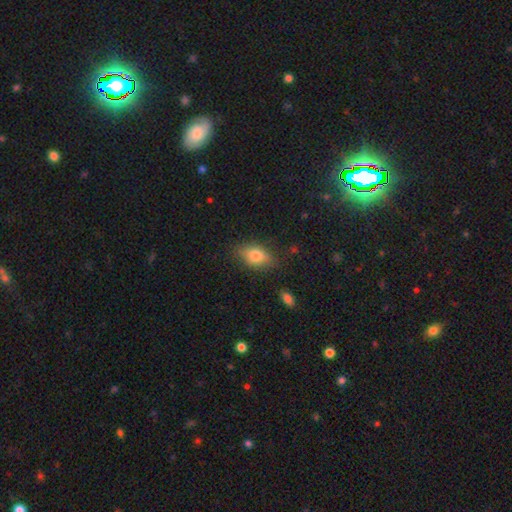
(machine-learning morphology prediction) Smooth or featured: smooth — 76% (featured or disk — 15%)
How rounded: in between — 83% (round — 11%)
Merging: none — 78% (minor disturbance — 16%)